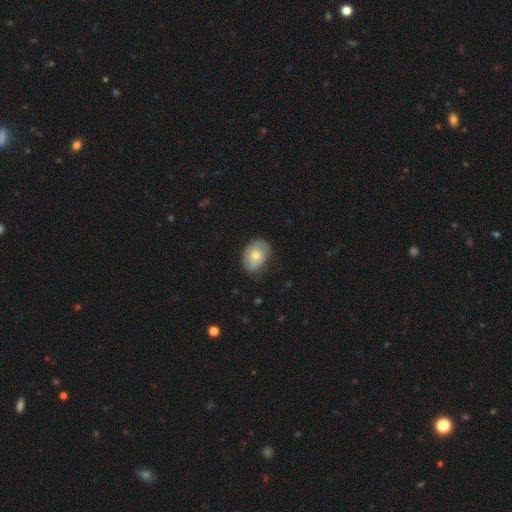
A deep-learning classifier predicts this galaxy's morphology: This is likely a smooth galaxy (68%). How rounded: likely in between (73%). Merging: likely none (66%).